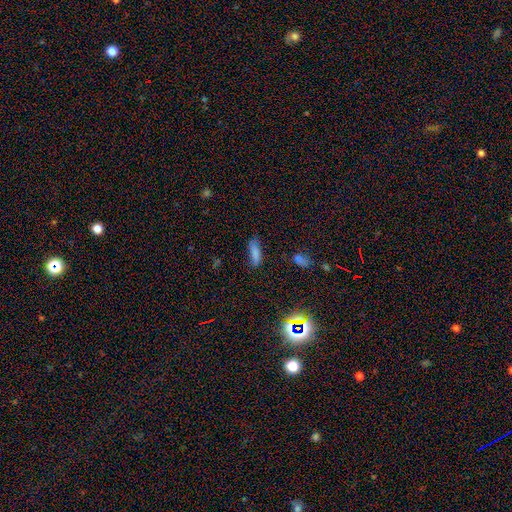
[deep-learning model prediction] smooth 68%, star or artifact 20%, featured or disk 12%. Down the decision tree: how rounded — cigar-shaped (53%); merging — none (68%).